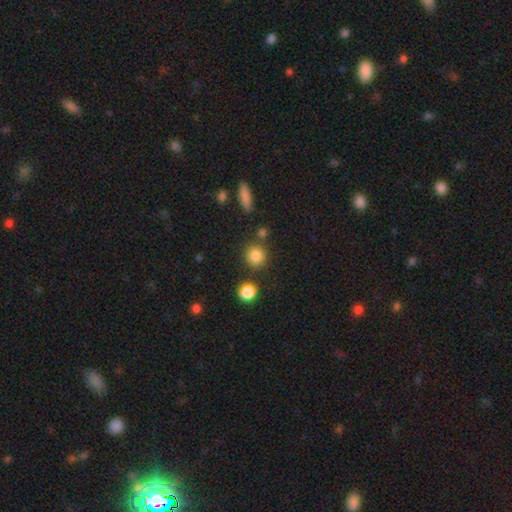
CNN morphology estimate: Smooth or featured? Predicted: smooth (p=0.84). How rounded? Predicted: round (p=0.90). Merging? Predicted: none (p=0.80).